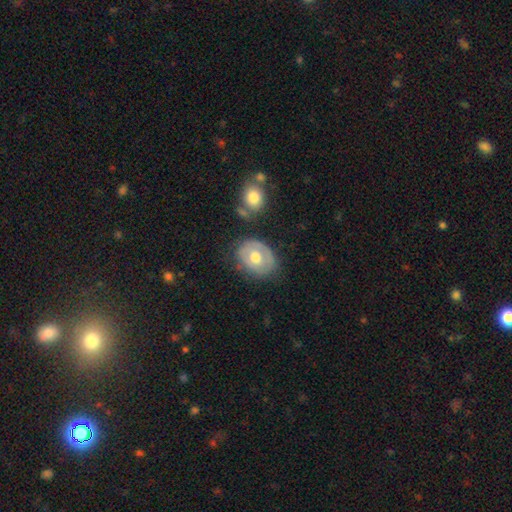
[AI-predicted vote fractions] A smooth galaxy with no disk features (51%) that is in between round and cigar-shaped (51%). Merging: none (68%).